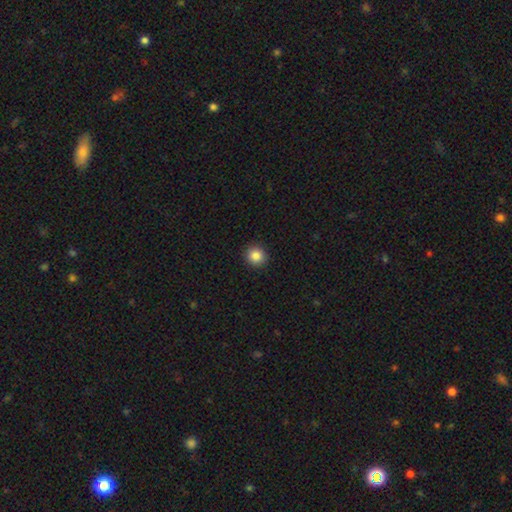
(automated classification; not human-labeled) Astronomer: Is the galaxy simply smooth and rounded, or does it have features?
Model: smooth — 86%.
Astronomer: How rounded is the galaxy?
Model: round — 91%.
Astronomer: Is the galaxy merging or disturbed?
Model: none — 92%.